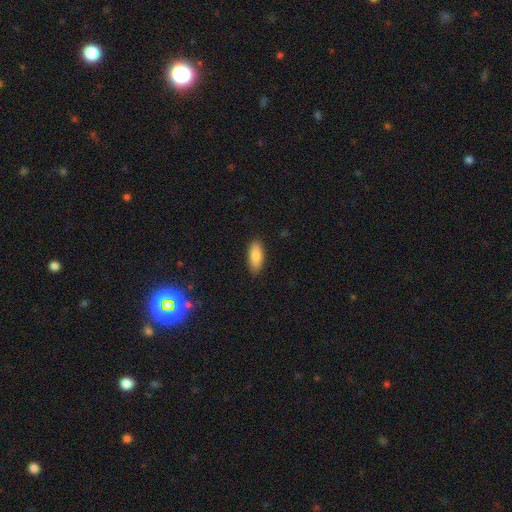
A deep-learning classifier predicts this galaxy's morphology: smooth_or_featured: smooth (p=0.86) [alt: featured or disk p=0.07]
how_rounded: in between (p=0.81) [alt: cigar-shaped p=0.17]
merging: none (p=0.87) [alt: minor disturbance p=0.10]